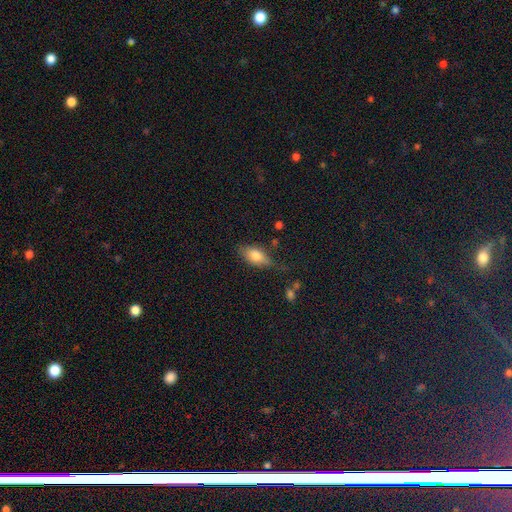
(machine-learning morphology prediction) smooth 74%, featured or disk 18%, star or artifact 8%. Down the decision tree: how rounded — in between (84%); merging — none (64%).